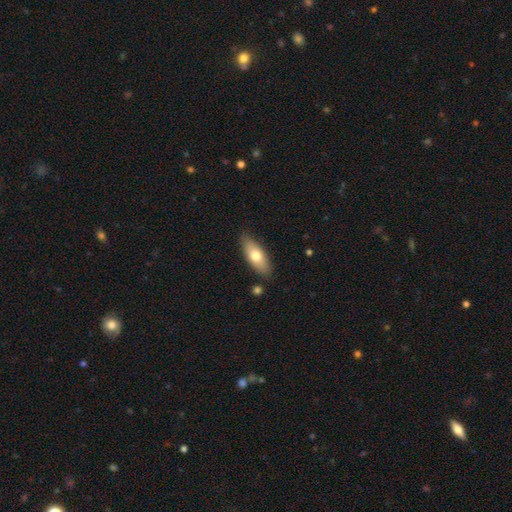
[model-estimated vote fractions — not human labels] A smooth galaxy with no disk features (69%) that is in between round and cigar-shaped (72%). Merging: none (83%).